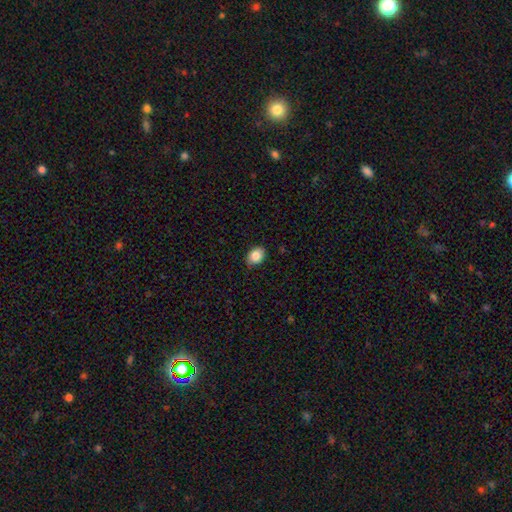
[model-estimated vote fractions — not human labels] The model was most divided on "how rounded": in between: 64%, round: 35%, cigar-shaped: 1%. More confident: merging — none (85%); smooth or featured — smooth (84%).